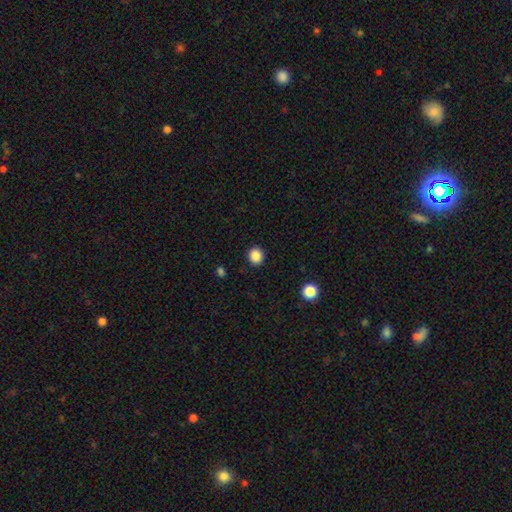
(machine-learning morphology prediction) Q: Smooth or featured?
A: smooth (87%); runner-up: star or artifact (10%)
Q: How rounded?
A: round (84%); runner-up: in between (15%)
Q: Merging?
A: none (91%); runner-up: minor disturbance (6%)